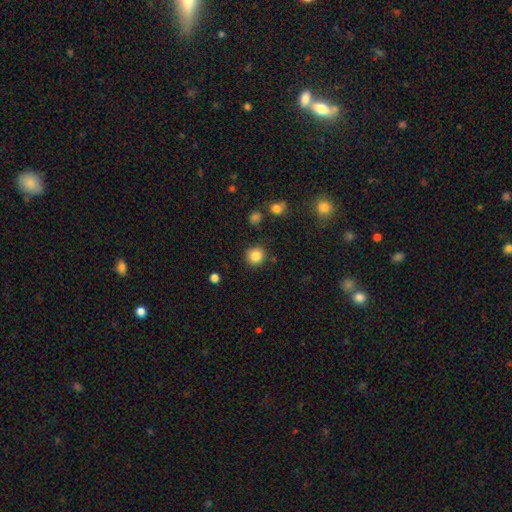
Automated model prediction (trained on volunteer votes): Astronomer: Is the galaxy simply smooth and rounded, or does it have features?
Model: smooth — 85%.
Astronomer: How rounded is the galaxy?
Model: round — 91%.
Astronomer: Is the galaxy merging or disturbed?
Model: none — 87%.